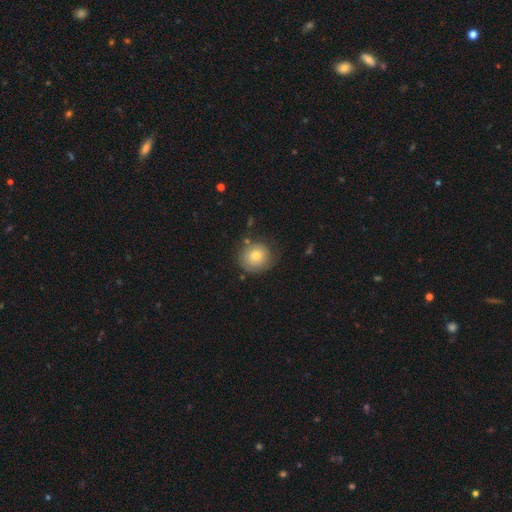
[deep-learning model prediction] Q: Smooth or featured?
A: smooth (69%); runner-up: featured or disk (23%)
Q: How rounded?
A: round (86%); runner-up: in between (13%)
Q: Merging?
A: none (70%); runner-up: minor disturbance (20%)